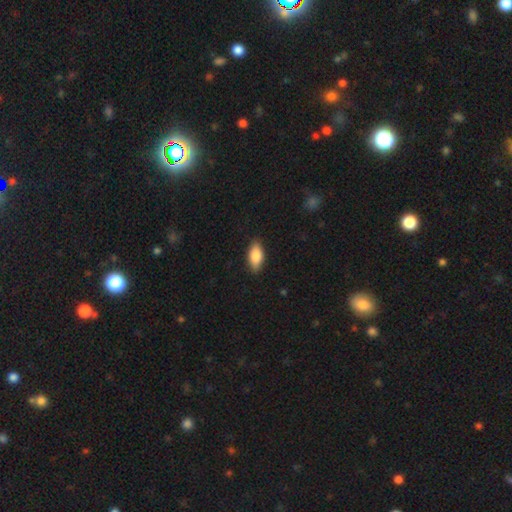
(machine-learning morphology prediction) Smooth or featured: smooth — 86% (featured or disk — 8%)
How rounded: in between — 89% (cigar-shaped — 8%)
Merging: none — 87% (minor disturbance — 10%)